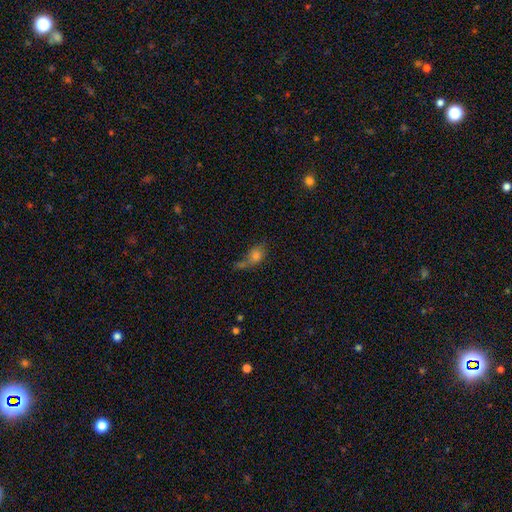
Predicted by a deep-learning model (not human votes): This is likely a smooth galaxy (67%). How rounded: likely in between (65%). Merging: marginally merger (34%).